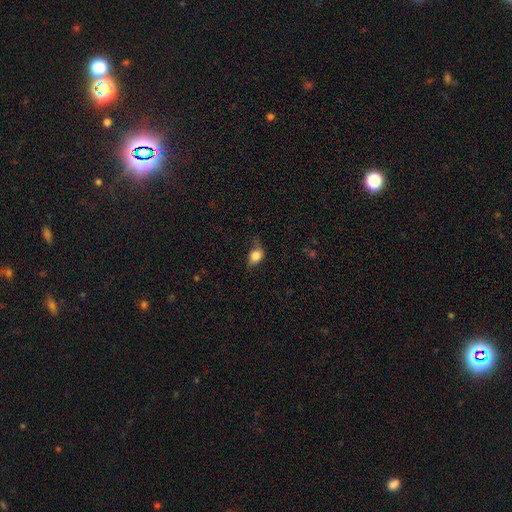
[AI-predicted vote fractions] Smooth or featured? smooth (80%)
How rounded? in between (66%)
Merging? none (48%)